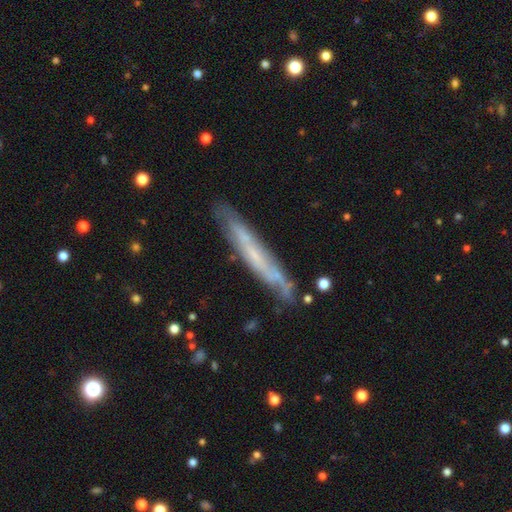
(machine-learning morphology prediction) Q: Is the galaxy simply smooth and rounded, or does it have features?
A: featured or disk — 60%.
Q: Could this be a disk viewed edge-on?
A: yes — 72%.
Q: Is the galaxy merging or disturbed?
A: none — 74%.